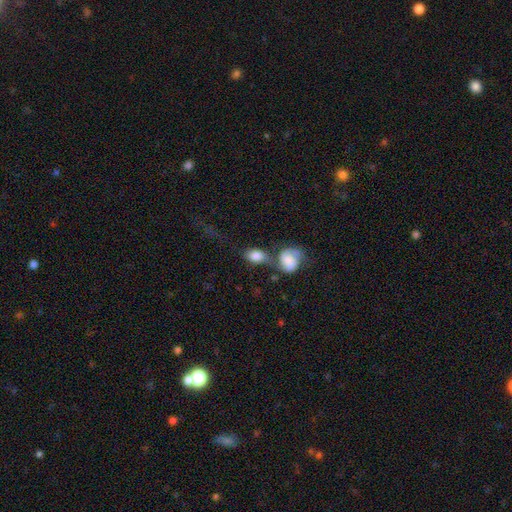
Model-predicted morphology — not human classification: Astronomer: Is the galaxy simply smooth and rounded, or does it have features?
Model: smooth — 78%.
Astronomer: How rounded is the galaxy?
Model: in between — 77%.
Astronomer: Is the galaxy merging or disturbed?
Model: merger — 46% (runner-up: none, 32%).